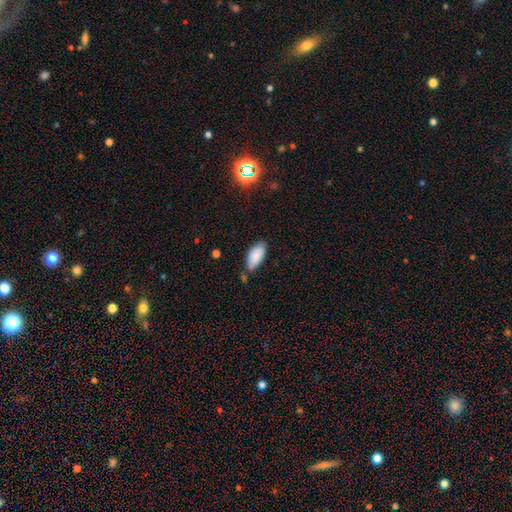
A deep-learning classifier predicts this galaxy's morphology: Overall: smooth (87%). How rounded: in between (92%). Merging: none (70%).